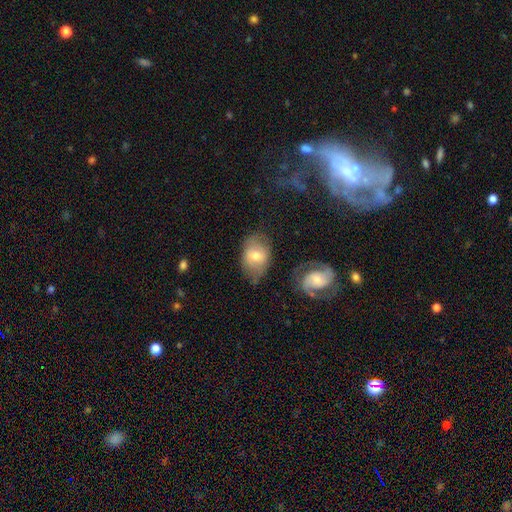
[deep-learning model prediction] Smooth or featured? smooth (62%)
How rounded? in between (71%)
Merging? none (63%)